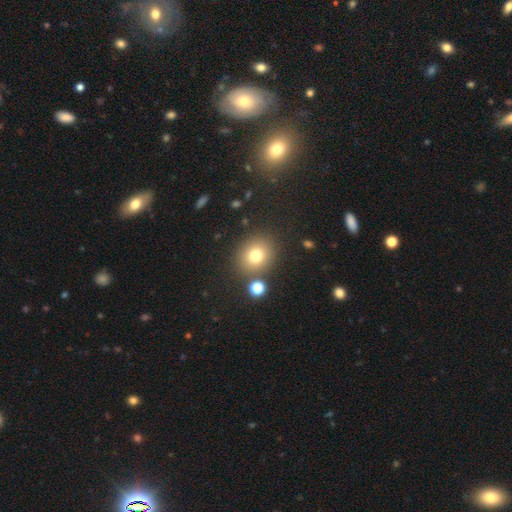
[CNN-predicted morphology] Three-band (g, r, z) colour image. It shows a smooth galaxy with no disk features (75%) that is round (75%). Merging: none (81%).